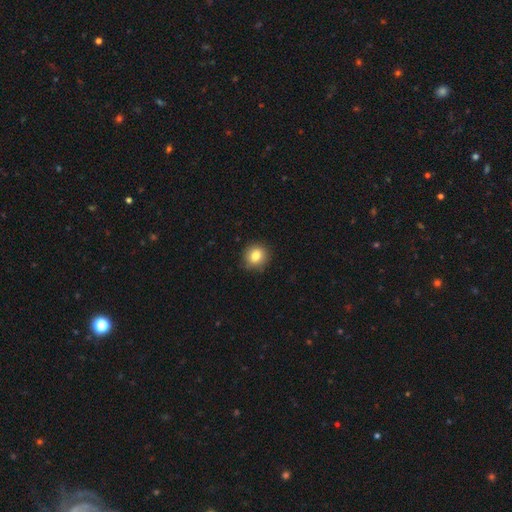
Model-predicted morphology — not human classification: smooth 82%, star or artifact 10%, featured or disk 8%. Down the decision tree: how rounded — round (84%); merging — none (88%).